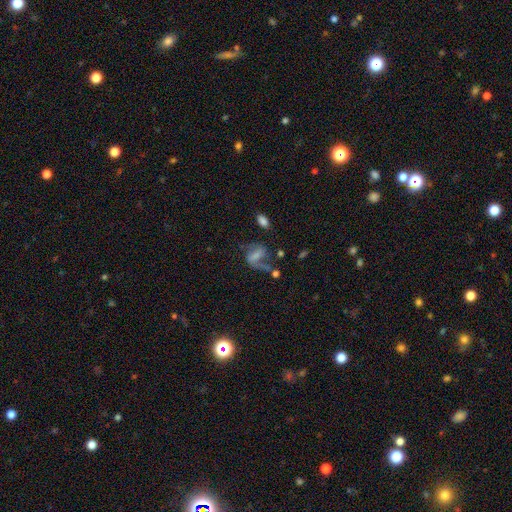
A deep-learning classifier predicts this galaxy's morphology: smooth-or-featured: featured or disk: 67% | smooth: 18% | star or artifact: 14%
  disk-edge-on: no: 96% | yes: 4%
    bar: weak: 40% | strong: 35% | no: 25%
    has-spiral-arms: yes: 85% | no: 15%
      spiral-winding: loose: 48% | medium: 39% | tight: 13%
      spiral-arm-count: 2: 68% | 1: 22% | can't tell: 6% | 3: 1% | 4: 1% | more than 4: 1%
    bulge-size: small: 43% | none: 31% | moderate: 21% | large: 4% | dominant: 2%
  merging: none: 48% | major disturbance: 24% | minor disturbance: 18% | merger: 10%